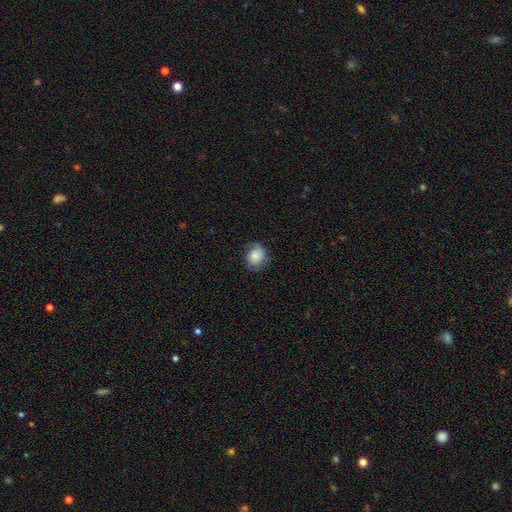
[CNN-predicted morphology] Smooth or featured: smooth — 78% (featured or disk — 14%)
How rounded: round — 60% (in between — 39%)
Merging: none — 65% (minor disturbance — 25%)